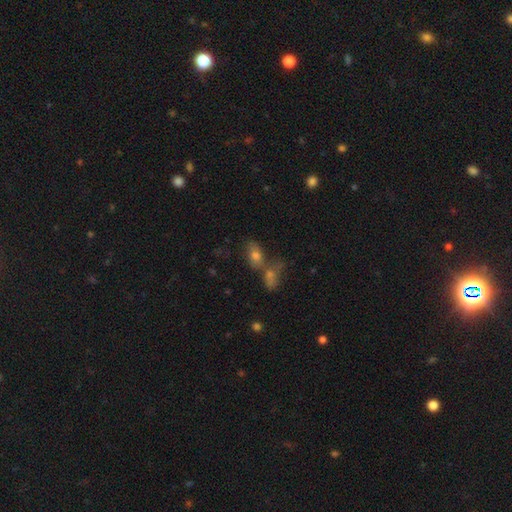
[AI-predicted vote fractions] Smooth or featured? smooth (67%)
How rounded? in between (80%)
Merging? merger (49%)